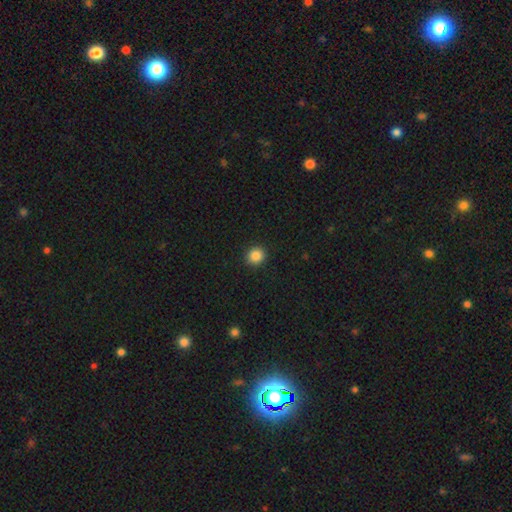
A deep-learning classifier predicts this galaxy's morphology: Smooth or featured: smooth — 86% (star or artifact — 10%)
How rounded: round — 88% (in between — 11%)
Merging: none — 92% (minor disturbance — 5%)